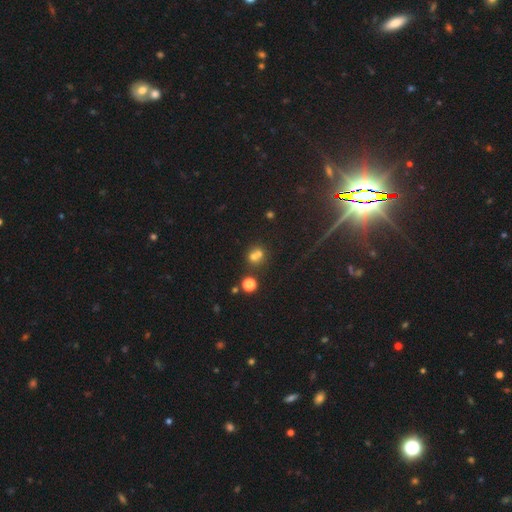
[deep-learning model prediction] Overall: smooth (63%). How rounded: round (82%). Merging: merger (51%; none 39%).